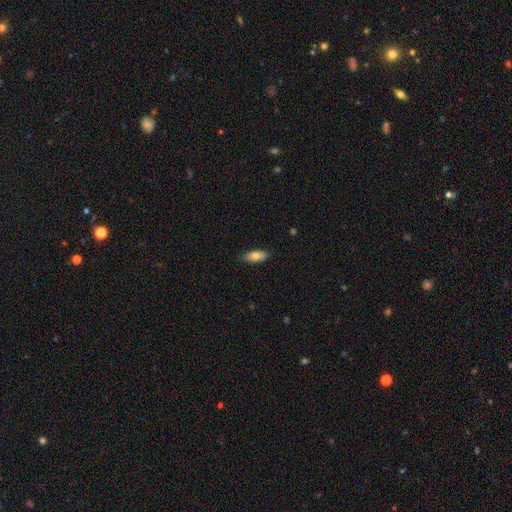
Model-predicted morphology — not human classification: Smooth or featured? Predicted: smooth (p=0.71). How rounded? Predicted: in between (p=0.78). Merging? Predicted: none (p=0.83).